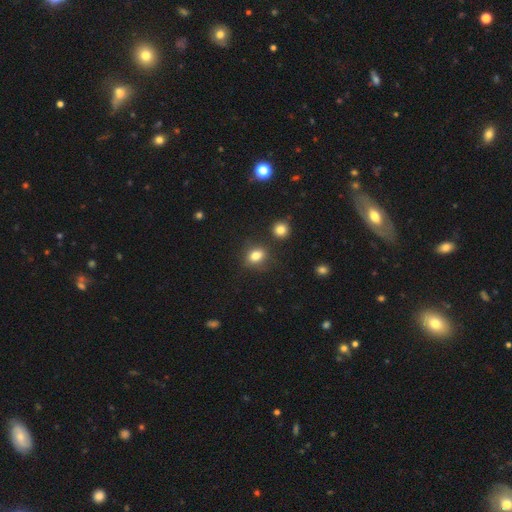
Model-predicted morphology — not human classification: A smooth galaxy with no disk features (82%) that is in between round and cigar-shaped (55%). Merging: none (79%).